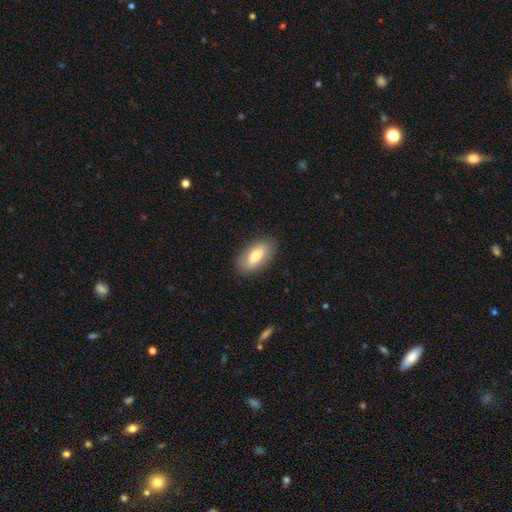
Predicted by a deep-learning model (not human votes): Smooth or featured? smooth (68%)
How rounded? in between (88%)
Merging? none (87%)